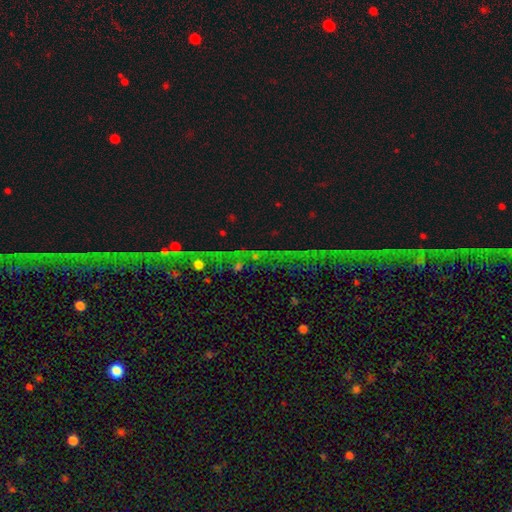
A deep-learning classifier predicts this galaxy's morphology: Overall: star or artifact (81%).